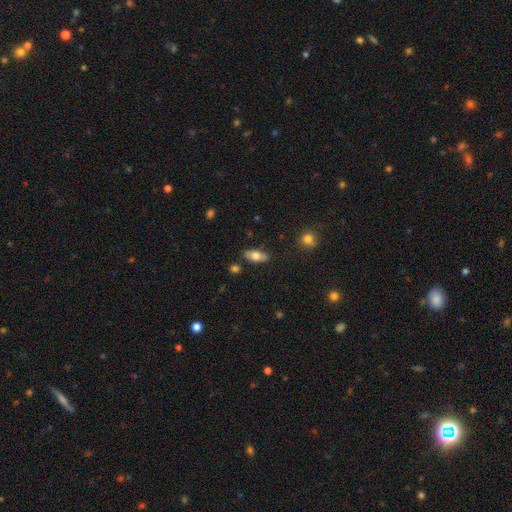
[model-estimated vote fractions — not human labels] A smooth galaxy with no disk features (68%) that is in between round and cigar-shaped (86%).

Vote fractions:
- Smooth or featured? smooth: 68% / featured or disk: 25% / star or artifact: 7%
- How rounded? in between: 86% / cigar-shaped: 10% / round: 4%
- Merging? none: 83% / minor disturbance: 12% / merger: 3% / major disturbance: 2%